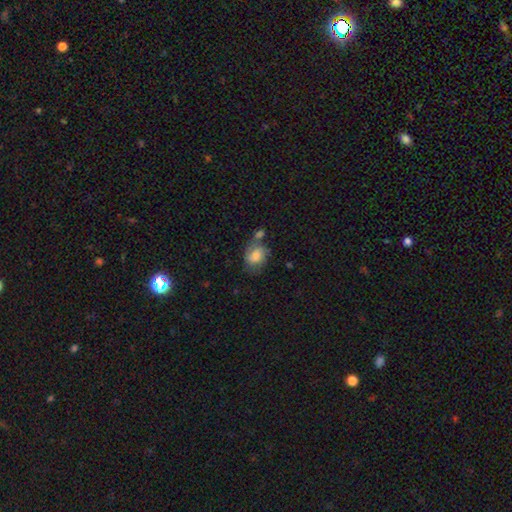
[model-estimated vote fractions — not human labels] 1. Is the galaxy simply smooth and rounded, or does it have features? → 66% smooth, 26% featured or disk, 8% star or artifact.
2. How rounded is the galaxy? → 59% in between, 40% round, 1% cigar-shaped.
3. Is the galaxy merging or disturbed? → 43% none, 24% minor disturbance, 22% merger, 11% major disturbance.